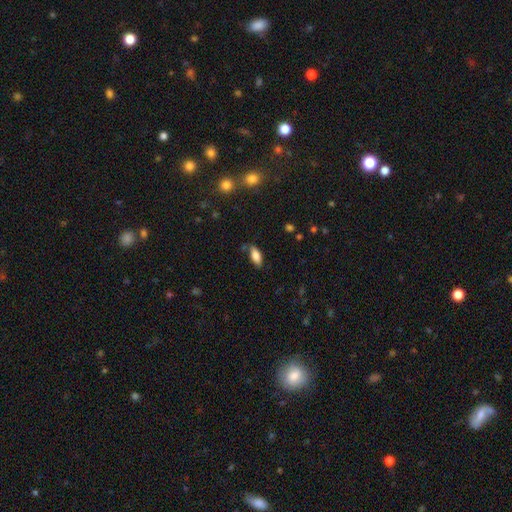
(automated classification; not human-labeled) Overall: smooth (81%). How rounded: in between (84%). Merging: none (76%).